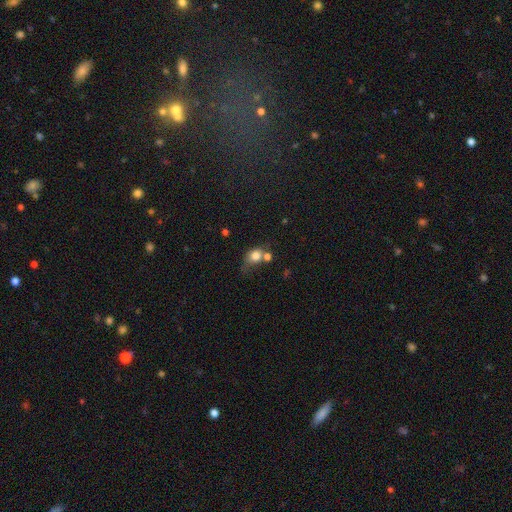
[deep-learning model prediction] Overall: smooth (77%). How rounded: round (57%; in between 42%). Merging: merger (35%; none 32%).